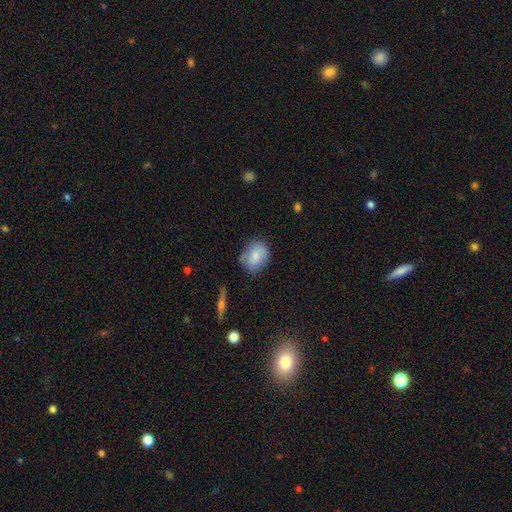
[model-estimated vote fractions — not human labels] smooth 78%, featured or disk 15%, star or artifact 8%. Down the decision tree: how rounded — in between (58%); merging — none (71%).